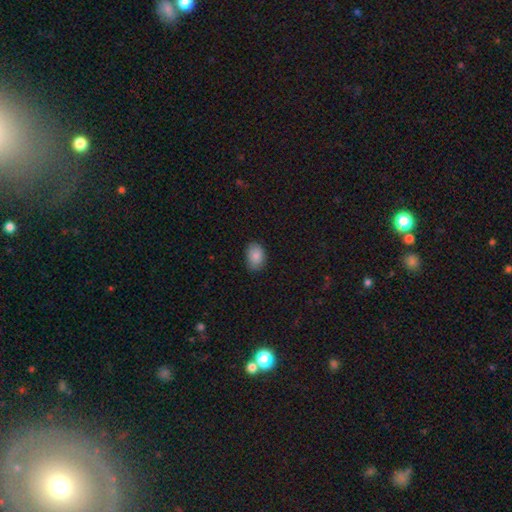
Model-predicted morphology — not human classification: This appears to be a smooth galaxy with no disk features (88%) that is in between round and cigar-shaped (78%). Merging: none (82%).